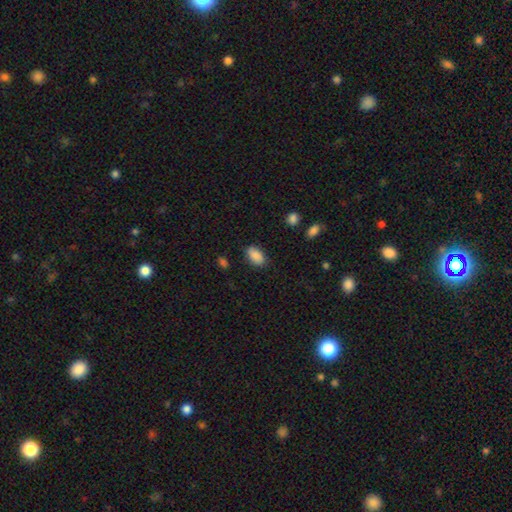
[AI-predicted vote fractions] smooth 86%, star or artifact 7%, featured or disk 6%. Down the decision tree: how rounded — in between (92%); merging — none (79%).